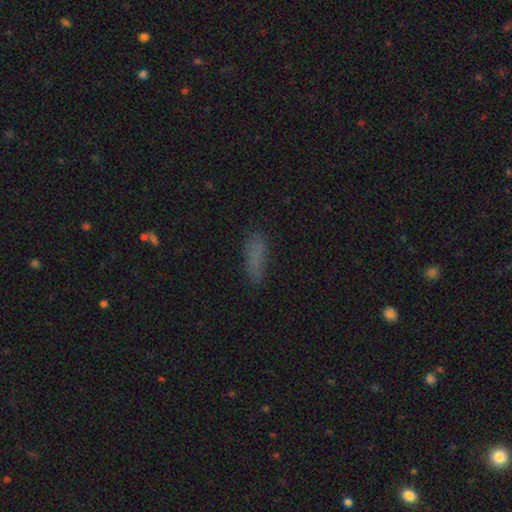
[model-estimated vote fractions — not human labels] smooth-or-featured: smooth: 78% | star or artifact: 13% | featured or disk: 9%
  how-rounded: cigar-shaped: 50% | in between: 48% | round: 3%
  merging: none: 76% | minor disturbance: 16% | major disturbance: 5% | merger: 2%